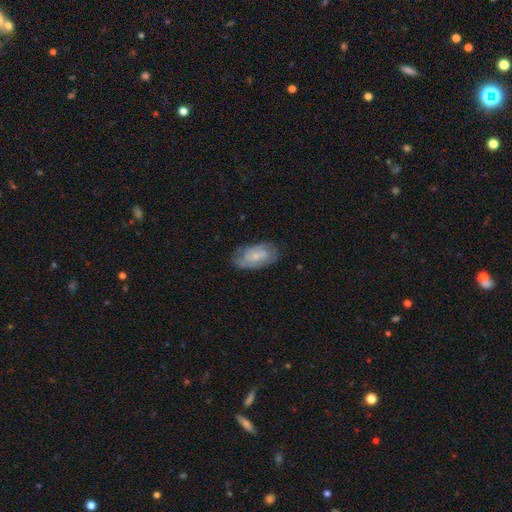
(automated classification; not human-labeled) The model was most divided on "smooth or featured": featured or disk: 55%, smooth: 38%, star or artifact: 7%. More confident: edge-on disk — no (94%); spiral arms — yes (79%); merging — none (68%); bulge size — small (62%); bar — no (55%).